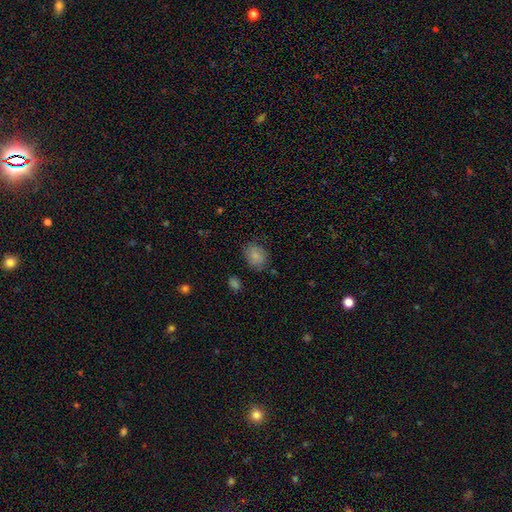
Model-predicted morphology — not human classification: A smooth galaxy with no disk features (84%) that is in between round and cigar-shaped (55%). Merging: none (77%).